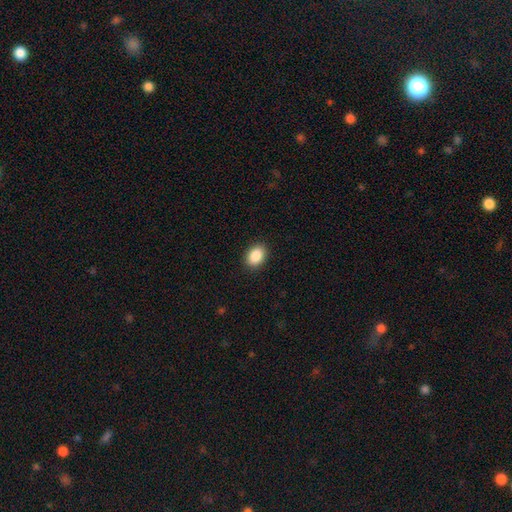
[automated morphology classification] This is clearly a smooth galaxy (88%). How rounded: likely in between (71%). Merging: clearly none (90%).